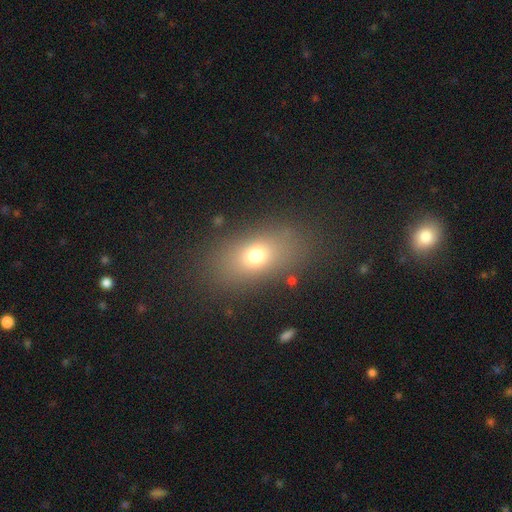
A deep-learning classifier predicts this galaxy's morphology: Smooth or featured? Predicted: smooth (p=0.71). How rounded? Predicted: in between (p=0.77). Merging? Predicted: none (p=0.81).